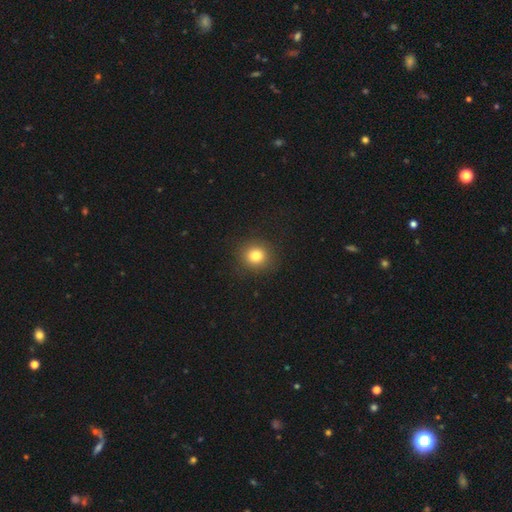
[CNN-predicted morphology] A smooth galaxy with no disk features (81%) that is round (88%). Merging: none (90%).